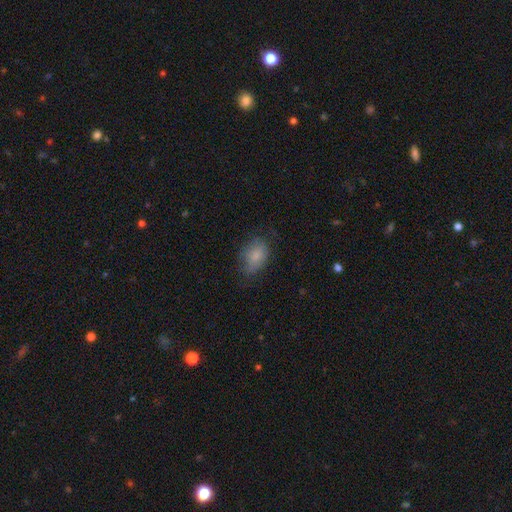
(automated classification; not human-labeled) This is clearly a smooth galaxy (80%). How rounded: clearly in between (85%). Merging: likely none (62%).